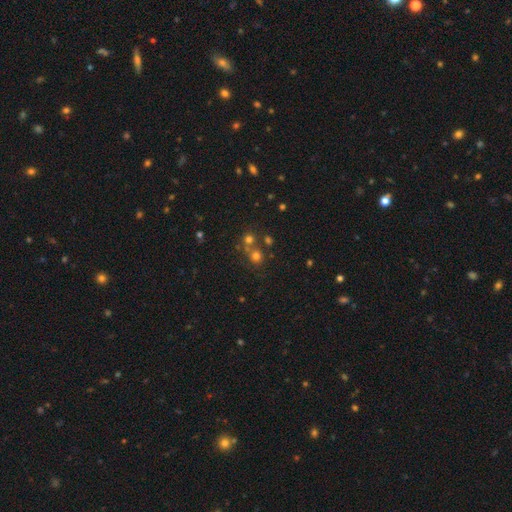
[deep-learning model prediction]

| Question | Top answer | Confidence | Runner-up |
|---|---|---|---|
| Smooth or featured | smooth | 62% | star or artifact (27%) |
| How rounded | round | 86% | in between (13%) |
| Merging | none | 58% | merger (31%) |